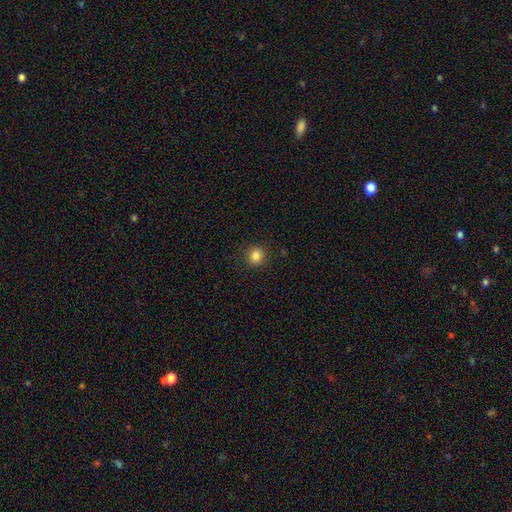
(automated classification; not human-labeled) This is clearly a smooth galaxy (85%). How rounded: likely round (79%). Merging: clearly none (89%).